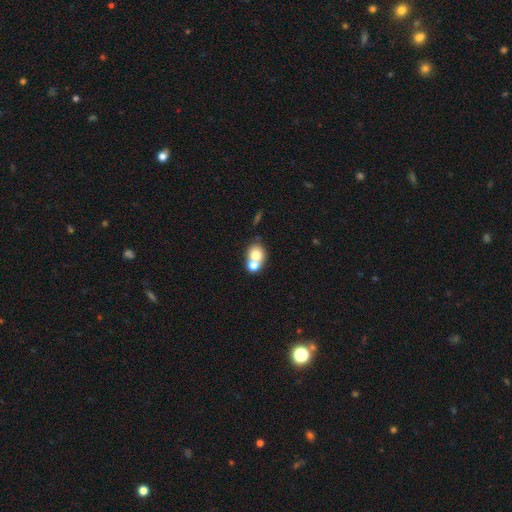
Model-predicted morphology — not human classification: Smooth or featured? Predicted: smooth (p=0.71). How rounded? Predicted: round (p=0.63). Merging? Predicted: merger (p=0.57).